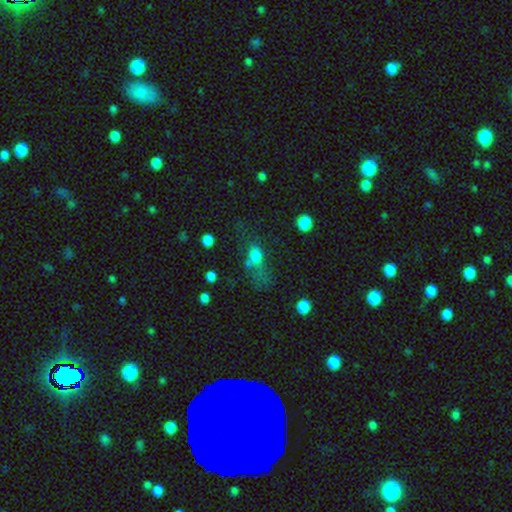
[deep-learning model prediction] Smooth or featured? Predicted: smooth (p=0.70). How rounded? Predicted: in between (p=0.64). Merging? Predicted: major disturbance (p=0.38).